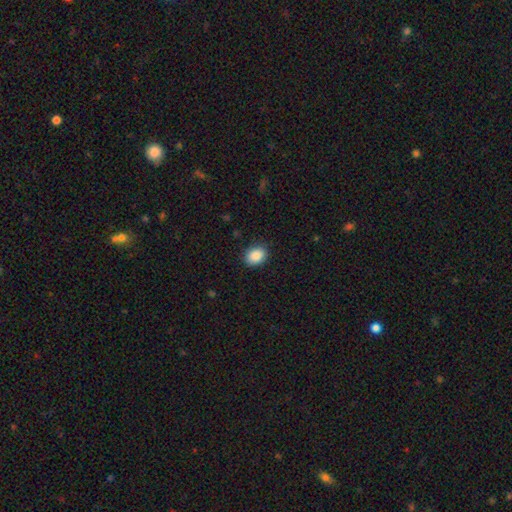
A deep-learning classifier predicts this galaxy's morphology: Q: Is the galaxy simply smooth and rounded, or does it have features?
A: smooth — 89%.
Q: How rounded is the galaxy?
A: in between — 67%.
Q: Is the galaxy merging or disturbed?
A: none — 87%.